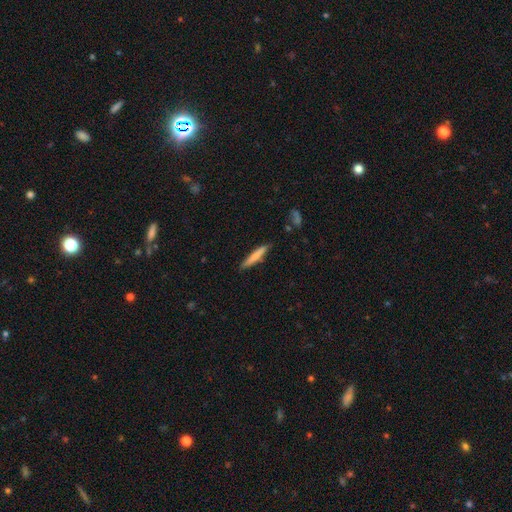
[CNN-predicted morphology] Overall: smooth (72%). How rounded: cigar-shaped (93%). Merging: none (86%).